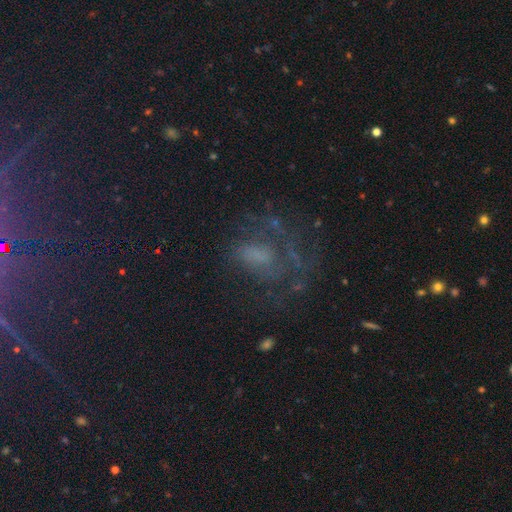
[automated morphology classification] This appears to be a featured or disk galaxy (46%). Merging: none (41%).